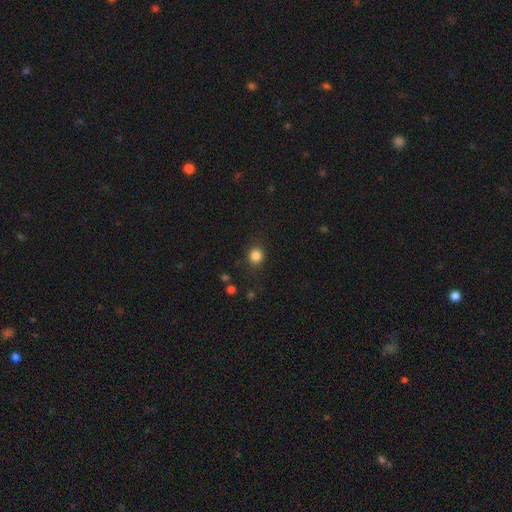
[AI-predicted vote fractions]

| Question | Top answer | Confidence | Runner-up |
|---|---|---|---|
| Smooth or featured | smooth | 85% | star or artifact (12%) |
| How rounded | round | 87% | in between (12%) |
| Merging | none | 87% | minor disturbance (8%) |